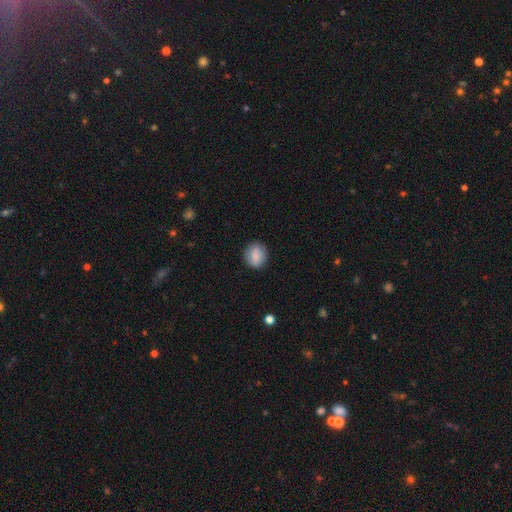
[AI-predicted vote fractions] Smooth or featured? smooth (81%)
How rounded? round (72%)
Merging? none (84%)